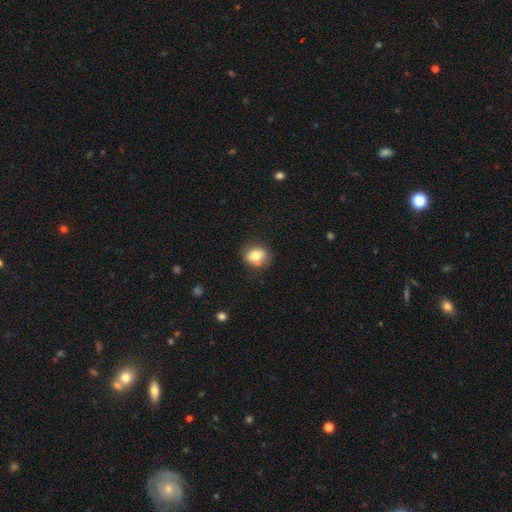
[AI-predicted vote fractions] smooth 78%, featured or disk 12%, star or artifact 10%. Down the decision tree: how rounded — round (61%); merging — none (80%).